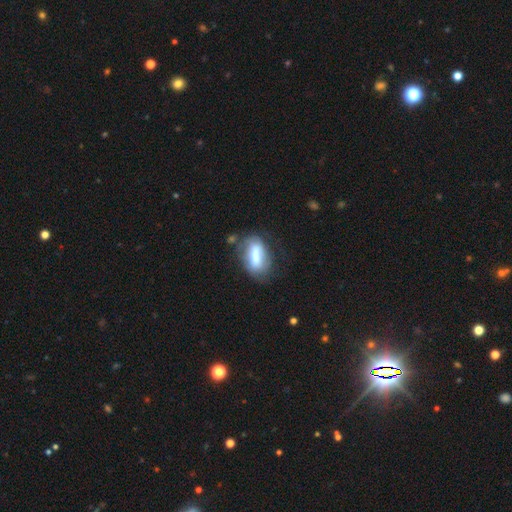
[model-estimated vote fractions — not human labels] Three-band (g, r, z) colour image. It shows a smooth galaxy with no disk features (60%) that is in between round and cigar-shaped (83%). Merging: none (55%).